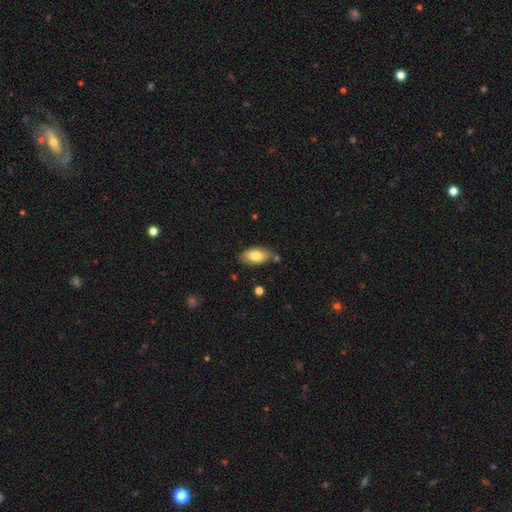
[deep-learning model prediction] This is likely a smooth galaxy (79%). How rounded: clearly in between (92%). Merging: likely none (79%).